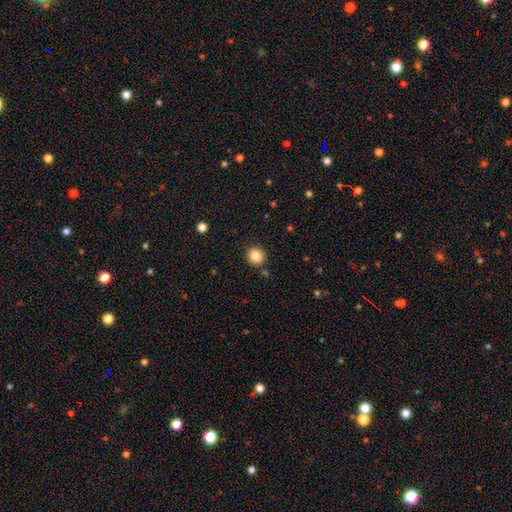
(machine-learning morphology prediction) The model was most divided on "how rounded": round: 84%, in between: 15%, cigar-shaped: 1%. More confident: merging — none (88%); smooth or featured — smooth (86%).